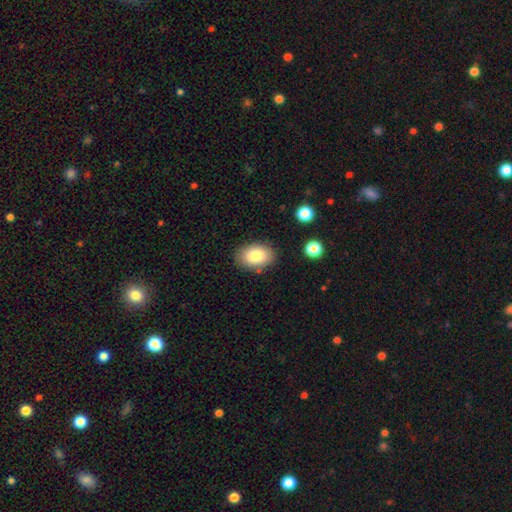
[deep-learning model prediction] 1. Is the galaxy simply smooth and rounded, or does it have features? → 83% smooth, 10% featured or disk, 7% star or artifact.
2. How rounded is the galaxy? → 89% in between, 10% round, 1% cigar-shaped.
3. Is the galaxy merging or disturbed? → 83% none, 12% minor disturbance, 3% major disturbance, 2% merger.